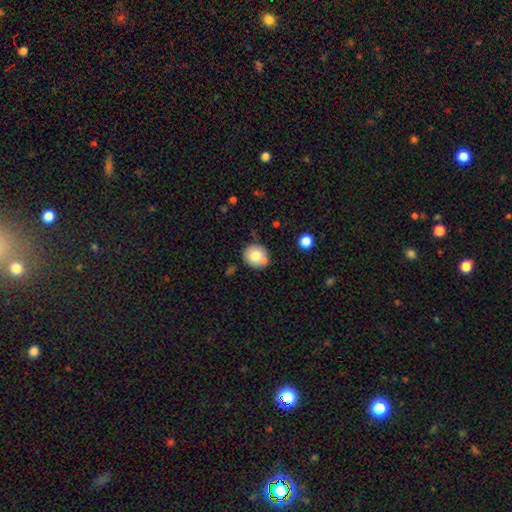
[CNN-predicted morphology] smooth_or_featured: smooth (p=0.79) [alt: featured or disk p=0.12]
how_rounded: round (p=0.86) [alt: in between p=0.14]
merging: none (p=0.71) [alt: minor disturbance p=0.13]